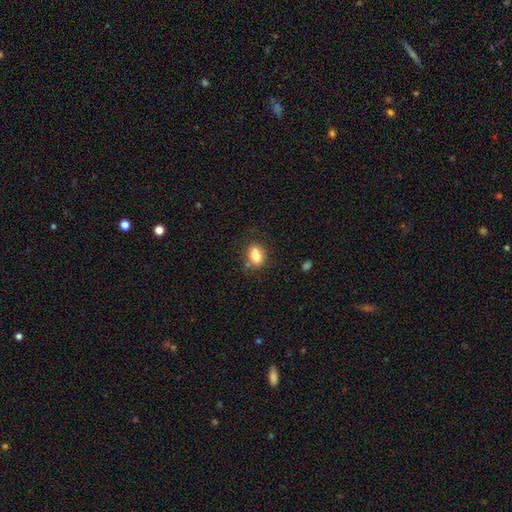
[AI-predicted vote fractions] Morphology: type=smooth (80%); roundness=in between (67%); merging=none (66%).